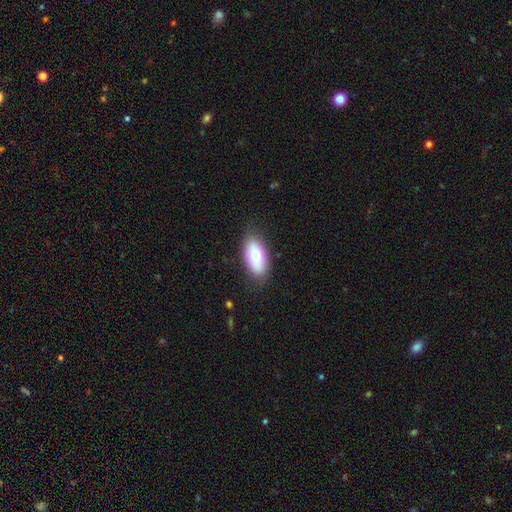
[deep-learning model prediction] Smooth or featured?
  - smooth: 72% *
  - featured or disk: 21%
  - star or artifact: 7%
How rounded?
  - in between: 90% *
  - cigar-shaped: 6%
  - round: 4%
Merging?
  - none: 82% *
  - minor disturbance: 13%
  - major disturbance: 3%
  - merger: 1%